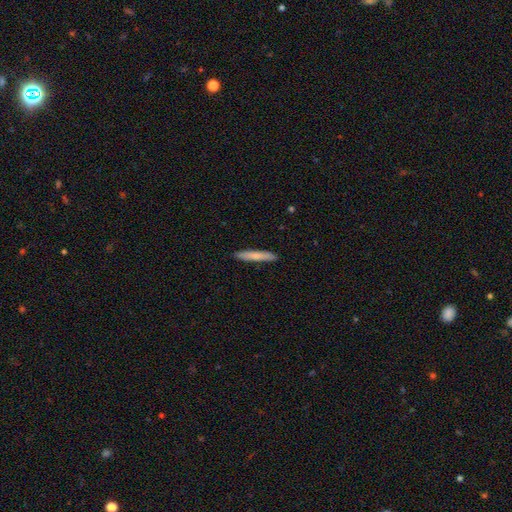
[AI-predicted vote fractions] Overall: smooth (75%). How rounded: cigar-shaped (94%). Merging: none (90%).